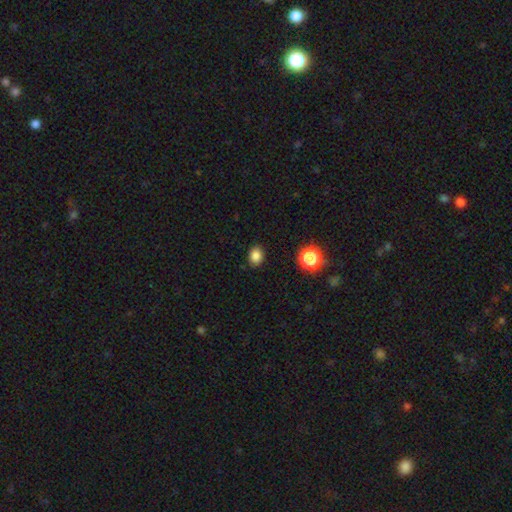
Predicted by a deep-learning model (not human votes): The model was most divided on "how rounded": in between: 55%, round: 44%, cigar-shaped: 1%. More confident: merging — none (89%); smooth or featured — smooth (83%).